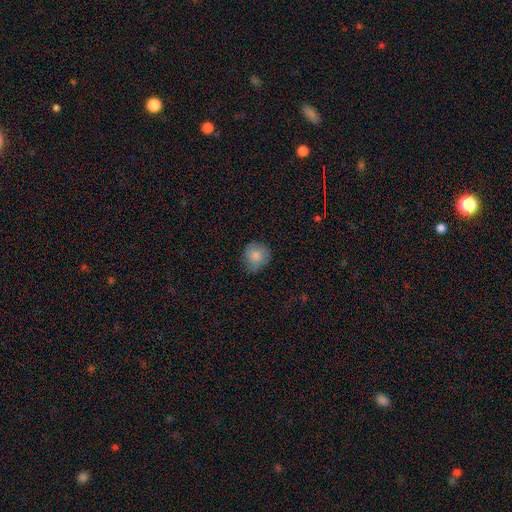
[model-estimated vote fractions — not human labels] A smooth galaxy with no disk features (82%) that is round (87%).

Vote fractions:
- Smooth or featured? smooth: 82% / featured or disk: 9% / star or artifact: 8%
- How rounded? round: 87% / in between: 12% / cigar-shaped: 1%
- Merging? none: 67% / minor disturbance: 26% / major disturbance: 5% / merger: 1%